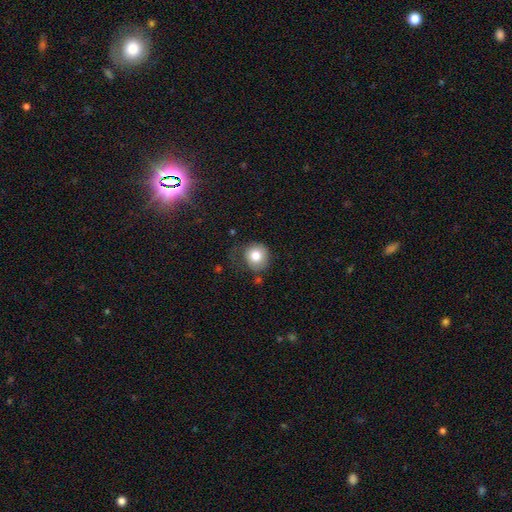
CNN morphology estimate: smooth-or-featured: smooth: 79% | featured or disk: 12% | star or artifact: 9%
  how-rounded: round: 85% | in between: 14% | cigar-shaped: 1%
  merging: none: 58% | minor disturbance: 25% | major disturbance: 14% | merger: 3%